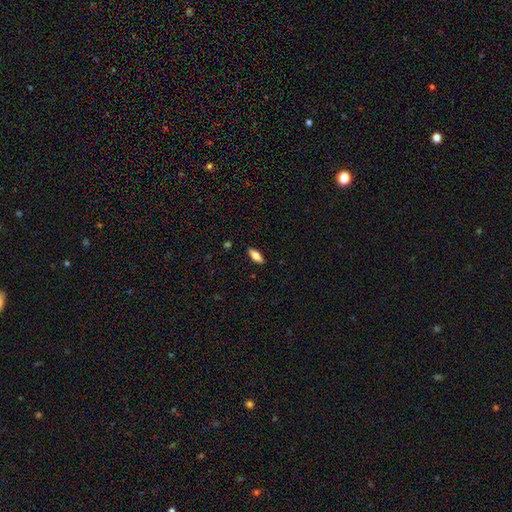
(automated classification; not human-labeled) A smooth galaxy with no disk features (75%) that is in between round and cigar-shaped (80%).

Vote fractions:
- Smooth or featured? smooth: 75% / featured or disk: 18% / star or artifact: 7%
- How rounded? in between: 80% / cigar-shaped: 18% / round: 2%
- Merging? none: 89% / minor disturbance: 8% / major disturbance: 2% / merger: 1%